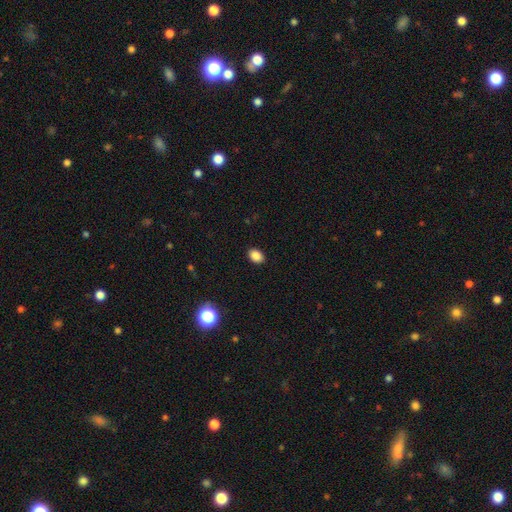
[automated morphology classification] Smooth or featured? Predicted: smooth (p=0.86). How rounded? Predicted: in between (p=0.76). Merging? Predicted: none (p=0.90).